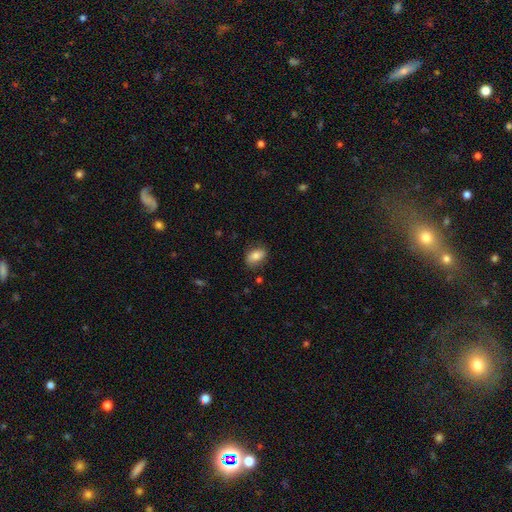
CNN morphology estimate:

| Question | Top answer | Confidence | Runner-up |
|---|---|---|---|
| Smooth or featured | smooth | 79% | featured or disk (13%) |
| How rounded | in between | 82% | round (15%) |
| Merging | none | 78% | minor disturbance (16%) |